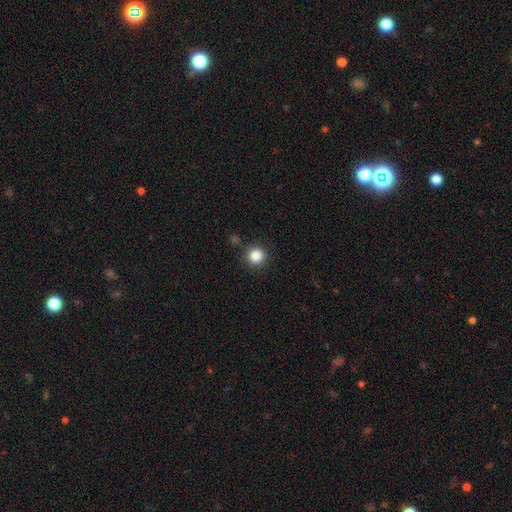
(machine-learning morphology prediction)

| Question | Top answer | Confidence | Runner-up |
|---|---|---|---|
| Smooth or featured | smooth | 86% | star or artifact (11%) |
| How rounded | round | 93% | in between (7%) |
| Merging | none | 86% | minor disturbance (8%) |